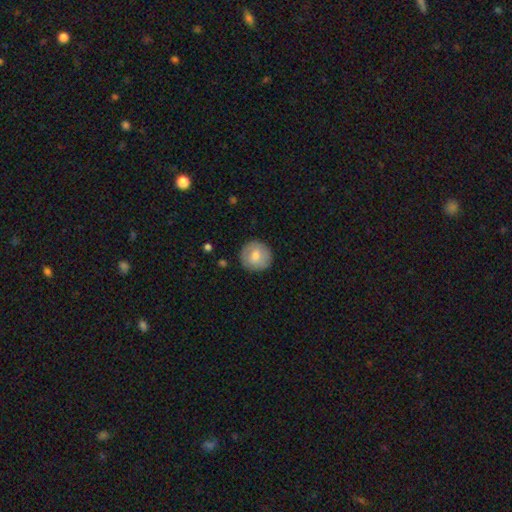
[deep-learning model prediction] This appears to be a smooth galaxy with no disk features (73%) that is round (94%). Merging: none (89%).